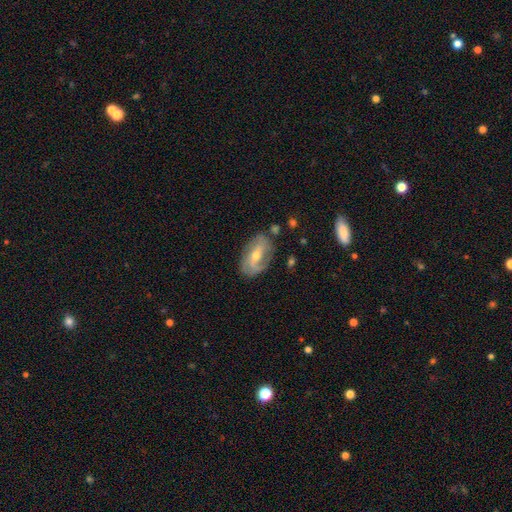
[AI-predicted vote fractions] featured or disk 73%, smooth 20%, star or artifact 7%. Down the decision tree: edge-on disk — no (93%); bar — weak (39%); spiral arms — yes (82%); spiral arm count — 2 (61%); spiral winding — medium (38%); bulge size — moderate (55%); merging — none (70%).